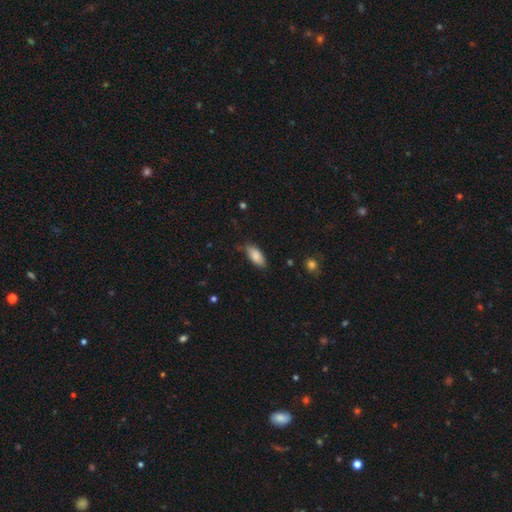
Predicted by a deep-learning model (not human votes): Smooth or featured?
  - smooth: 85% *
  - featured or disk: 8%
  - star or artifact: 7%
How rounded?
  - in between: 86% *
  - cigar-shaped: 13%
  - round: 2%
Merging?
  - none: 74% *
  - minor disturbance: 20%
  - major disturbance: 4%
  - merger: 2%